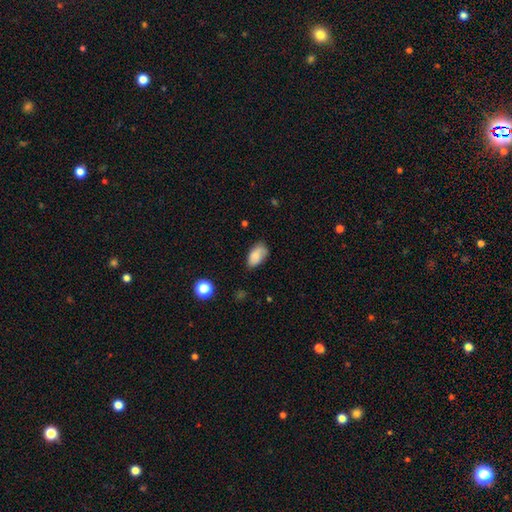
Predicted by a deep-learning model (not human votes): smooth_or_featured: smooth (p=0.78) [alt: featured or disk p=0.14]
how_rounded: in between (p=0.93) [alt: round p=0.05]
merging: none (p=0.64) [alt: minor disturbance p=0.28]